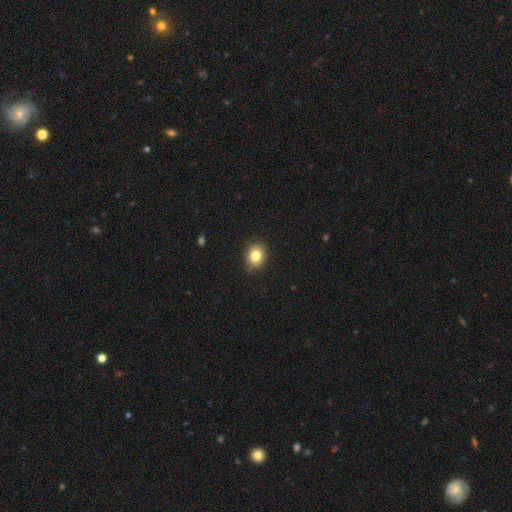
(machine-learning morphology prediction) A smooth galaxy with no disk features (82%) that is round (54%).

Vote fractions:
- Smooth or featured? smooth: 82% / star or artifact: 10% / featured or disk: 7%
- How rounded? round: 54% / in between: 45% / cigar-shaped: 1%
- Merging? none: 88% / minor disturbance: 9% / major disturbance: 2% / merger: 1%